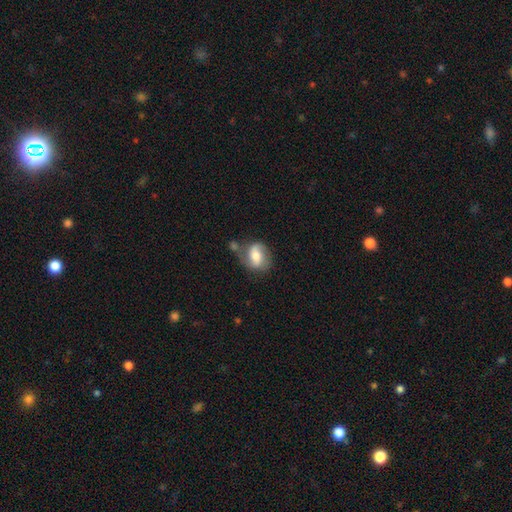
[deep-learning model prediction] Smooth or featured? Predicted: featured or disk (p=0.48). Merging? Predicted: none (p=0.50).